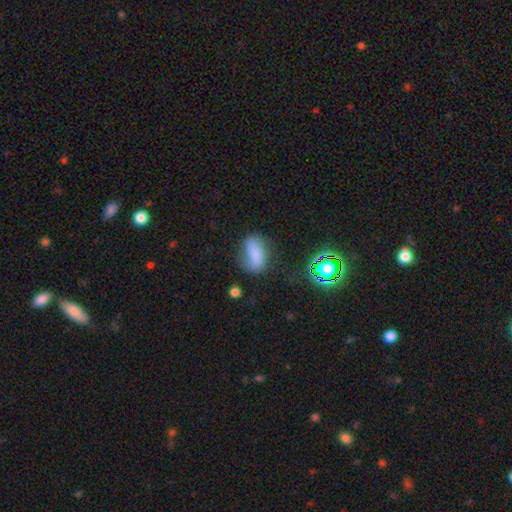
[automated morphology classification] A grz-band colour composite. It shows a smooth galaxy with no disk features (75%) that is in between round and cigar-shaped (83%). Merging: none (56%).